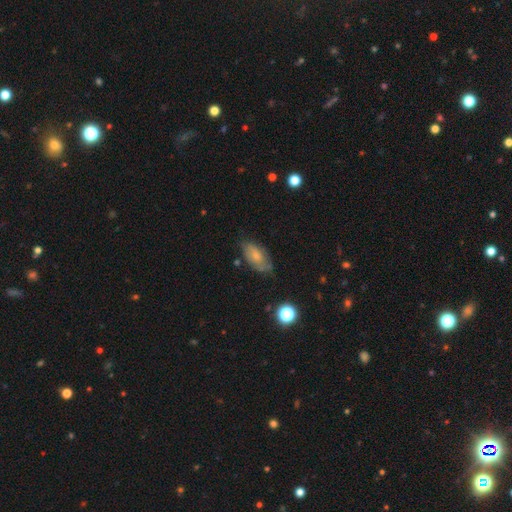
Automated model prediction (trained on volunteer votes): Smooth or featured? smooth (56%)
How rounded? in between (90%)
Merging? none (60%)